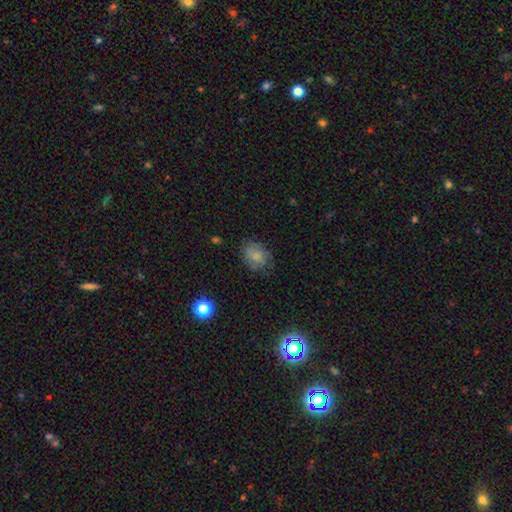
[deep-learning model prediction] Overall: smooth (67%). How rounded: round (53%; in between 46%). Merging: none (69%).